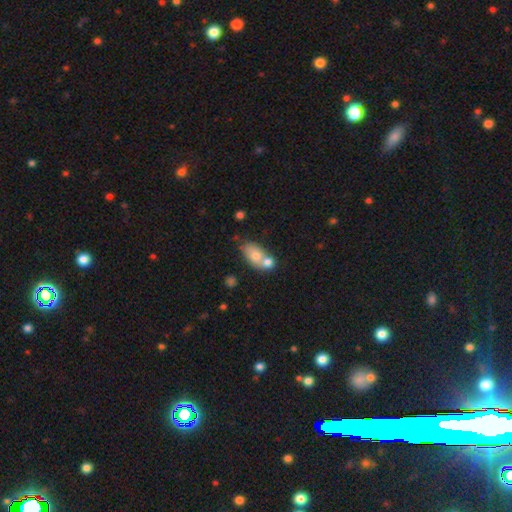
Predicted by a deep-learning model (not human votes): smooth 70%, featured or disk 21%, star or artifact 8%. Down the decision tree: how rounded — in between (81%); merging — merger (55%).